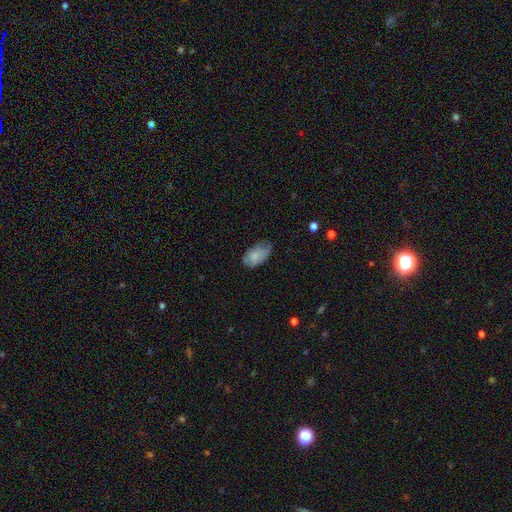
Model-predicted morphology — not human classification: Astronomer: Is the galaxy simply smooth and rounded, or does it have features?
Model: smooth — 80%.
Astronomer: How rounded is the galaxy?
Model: in between — 94%.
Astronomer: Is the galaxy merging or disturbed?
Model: none — 54% (runner-up: minor disturbance, 36%).